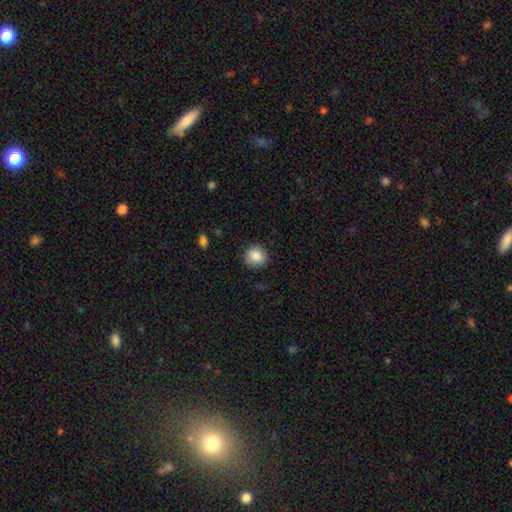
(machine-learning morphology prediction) Smooth or featured?
  - smooth: 85% *
  - star or artifact: 9%
  - featured or disk: 6%
How rounded?
  - round: 87% *
  - in between: 12%
  - cigar-shaped: 1%
Merging?
  - none: 85% *
  - minor disturbance: 11%
  - major disturbance: 2%
  - merger: 1%